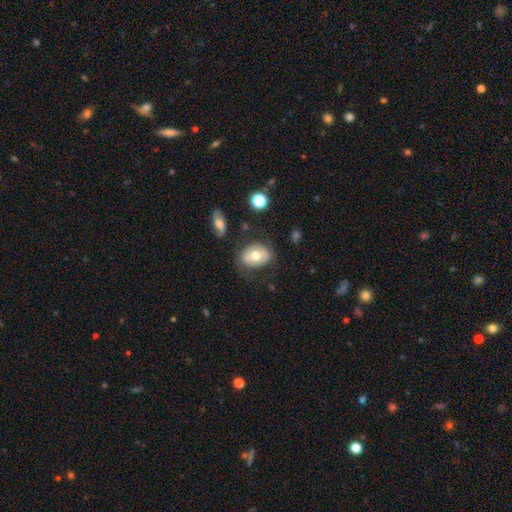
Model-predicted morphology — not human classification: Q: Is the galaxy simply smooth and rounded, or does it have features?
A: smooth — 59%.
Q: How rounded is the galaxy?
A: in between — 62%.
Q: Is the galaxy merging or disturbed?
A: none — 68%.